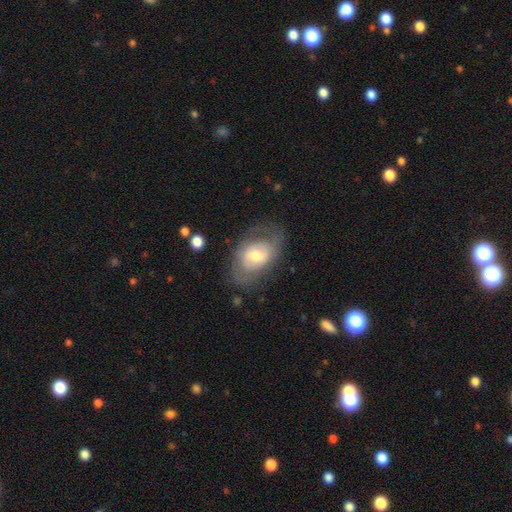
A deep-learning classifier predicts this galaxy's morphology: Q: Smooth or featured?
A: featured or disk (60%); runner-up: smooth (33%)
Q: Edge-on disk?
A: no (94%); runner-up: yes (6%)
Q: Bar?
A: no (52%); runner-up: weak (37%)
Q: Spiral arms?
A: yes (71%); runner-up: no (29%)
Q: Bulge size?
A: moderate (64%); runner-up: small (24%)
Q: Merging?
A: none (62%); runner-up: minor disturbance (22%)